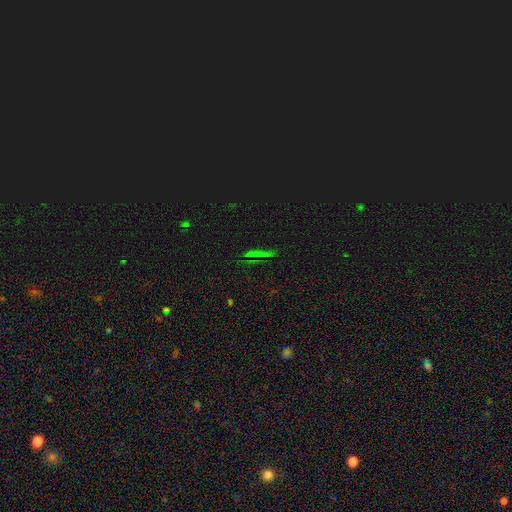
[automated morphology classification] A star or artifact, not a galaxy (63%).